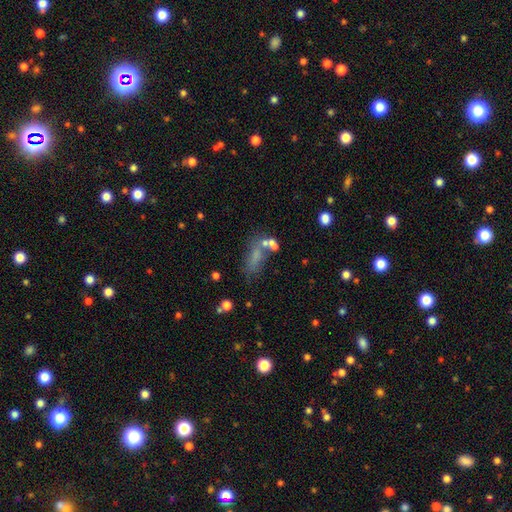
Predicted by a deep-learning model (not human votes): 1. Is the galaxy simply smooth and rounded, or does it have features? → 58% smooth, 23% featured or disk, 18% star or artifact.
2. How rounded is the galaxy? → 68% in between, 23% cigar-shaped, 9% round.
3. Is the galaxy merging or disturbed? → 39% none, 27% merger, 17% minor disturbance, 16% major disturbance.